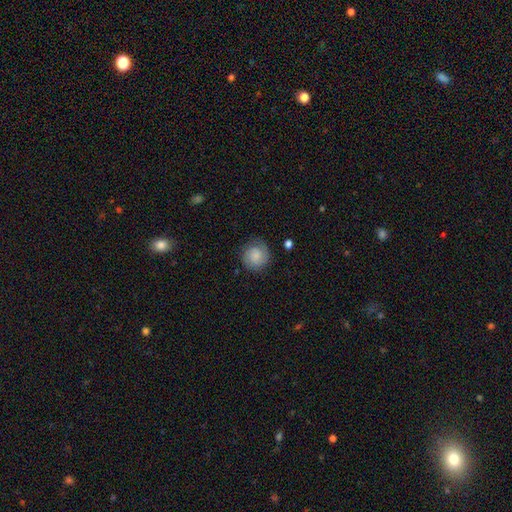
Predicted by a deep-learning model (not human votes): A smooth galaxy with no disk features (54%) that is round (89%). Merging: none (81%).